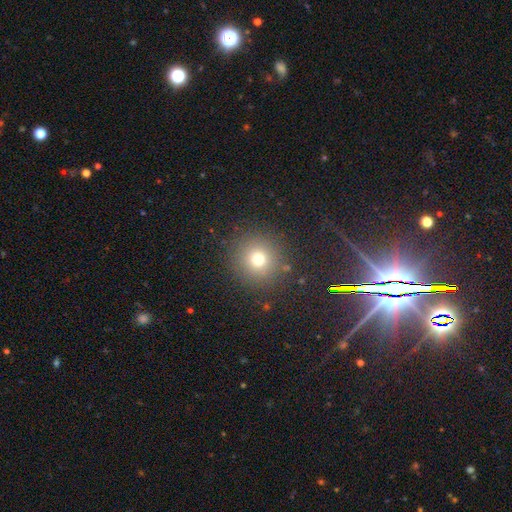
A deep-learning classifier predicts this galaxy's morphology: This appears to be a smooth galaxy with no disk features (62%) that is round (94%). Merging: none (90%).